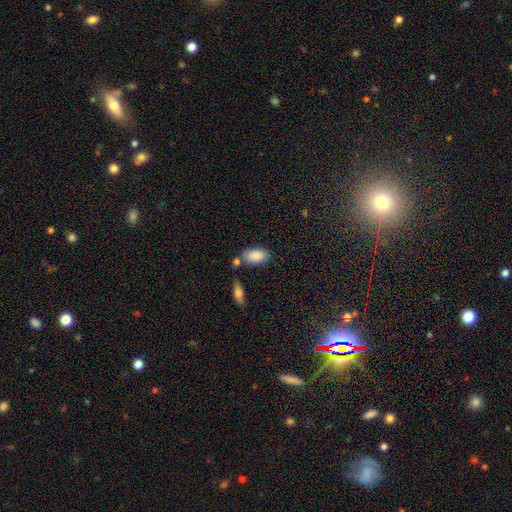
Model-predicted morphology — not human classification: A smooth galaxy with no disk features (88%) that is in between round and cigar-shaped (93%).

Vote fractions:
- Smooth or featured? smooth: 88% / star or artifact: 6% / featured or disk: 6%
- How rounded? in between: 93% / round: 4% / cigar-shaped: 3%
- Merging? none: 65% / minor disturbance: 16% / merger: 14% / major disturbance: 4%